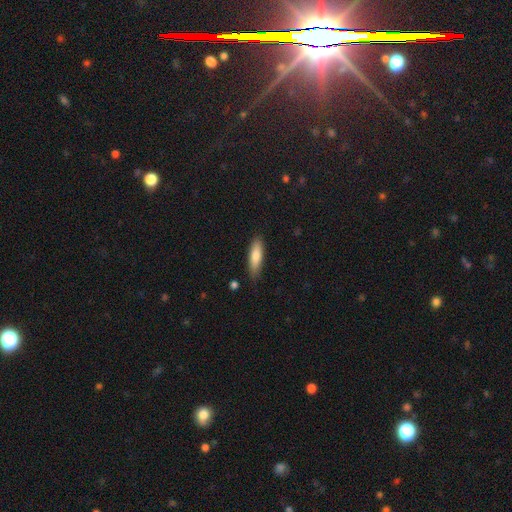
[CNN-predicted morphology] smooth-or-featured: smooth: 77% | featured or disk: 17% | star or artifact: 6%
  how-rounded: cigar-shaped: 59% | in between: 39% | round: 2%
  merging: none: 83% | minor disturbance: 13% | major disturbance: 2% | merger: 2%